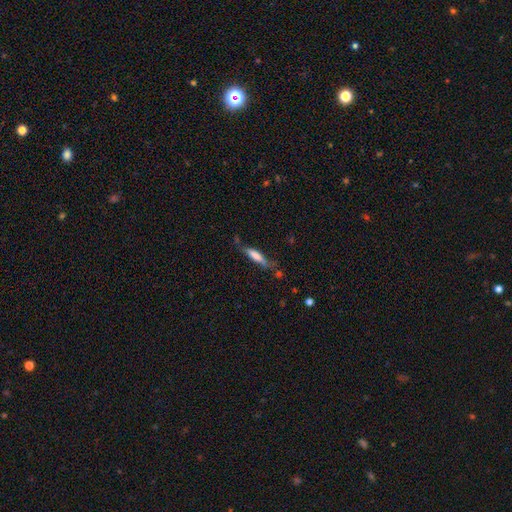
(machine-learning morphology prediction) type=smooth (61%); roundness=cigar-shaped (78%); merging=none (61%).